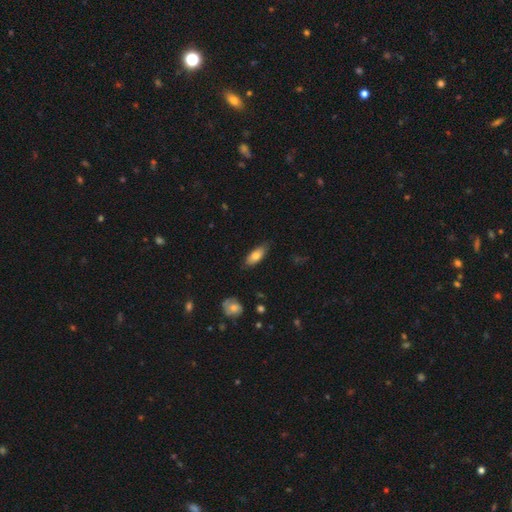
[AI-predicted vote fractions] smooth 77%, featured or disk 16%, star or artifact 7%. Down the decision tree: how rounded — in between (81%); merging — none (78%).